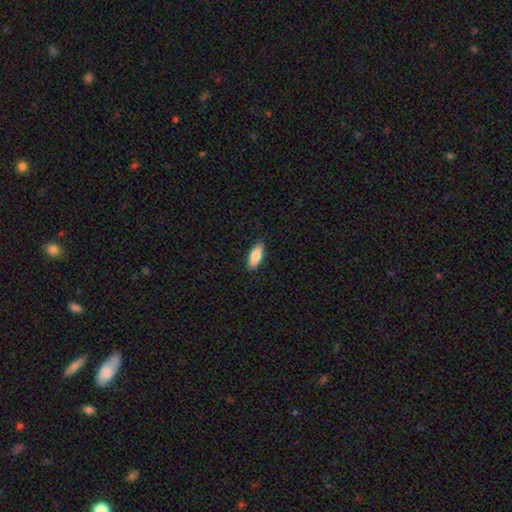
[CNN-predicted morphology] A smooth galaxy with no disk features (83%) that is in between round and cigar-shaped (74%). Merging: none (85%).